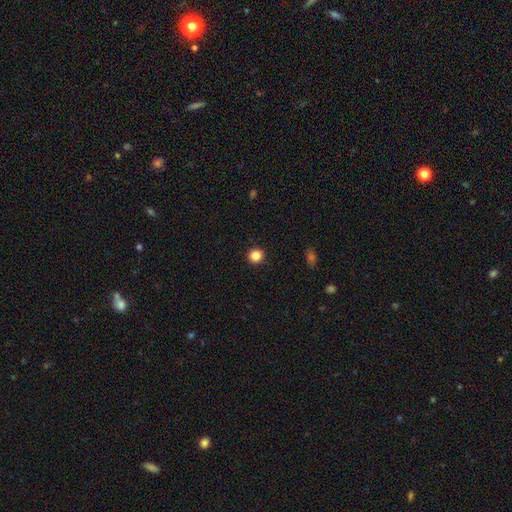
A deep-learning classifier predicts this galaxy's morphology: A smooth galaxy with no disk features (86%) that is round (93%). Merging: none (92%).